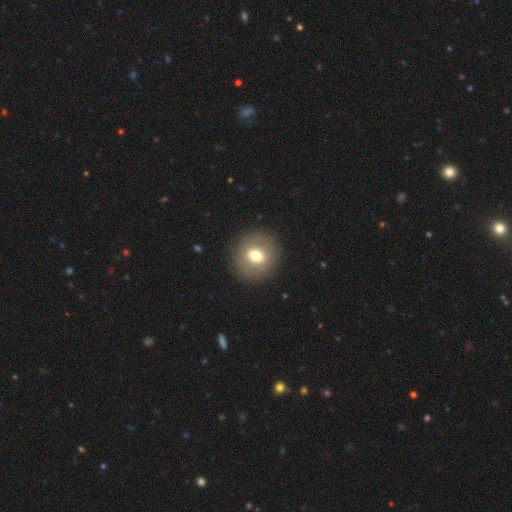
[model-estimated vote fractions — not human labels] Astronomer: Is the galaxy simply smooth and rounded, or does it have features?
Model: smooth — 67%.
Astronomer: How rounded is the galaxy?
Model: round — 89%.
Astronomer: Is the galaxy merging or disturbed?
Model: none — 90%.